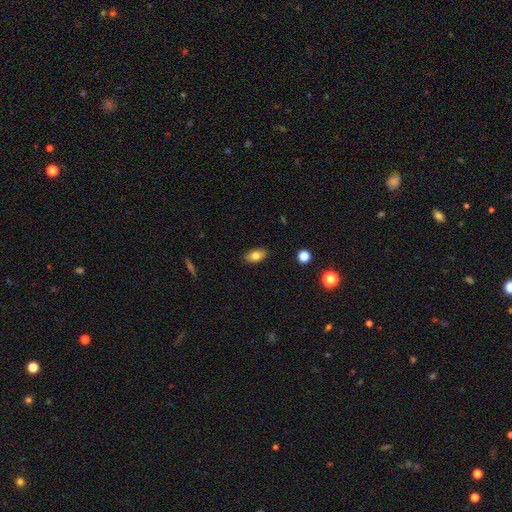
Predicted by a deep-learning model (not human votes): A smooth galaxy with no disk features (79%) that is in between round and cigar-shaped (90%). Merging: none (87%).